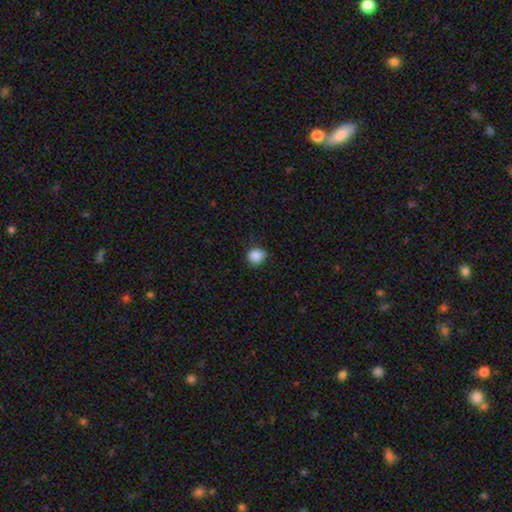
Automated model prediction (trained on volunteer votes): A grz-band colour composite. It shows a smooth galaxy with no disk features (86%) that is round (79%). Merging: none (76%).